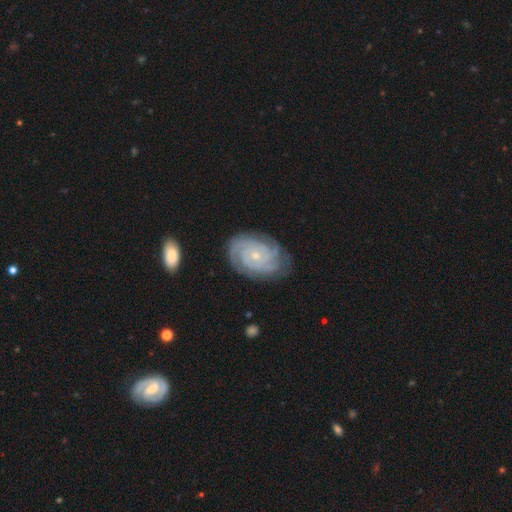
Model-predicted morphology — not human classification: smooth-or-featured: featured or disk: 89% | smooth: 6% | star or artifact: 5%
  disk-edge-on: no: 97% | yes: 3%
    bar: no: 76% | weak: 19% | strong: 5%
    has-spiral-arms: yes: 98% | no: 2%
      spiral-winding: tight: 82% | medium: 15% | loose: 3%
      spiral-arm-count: 3: 24% | 2: 23% | can't tell: 21% | 4: 19% | more than 4: 8% | 1: 7%
    bulge-size: small: 75% | moderate: 22% | none: 1% | large: 1% | dominant: 1%
  merging: none: 79% | minor disturbance: 15% | major disturbance: 4% | merger: 2%